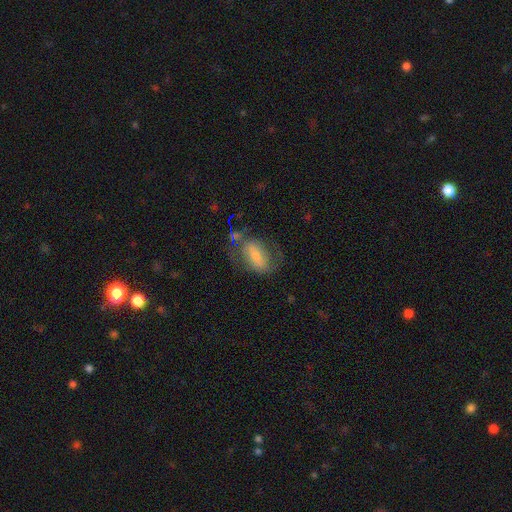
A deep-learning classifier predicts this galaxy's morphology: Smooth or featured? Predicted: featured or disk (p=0.48). Merging? Predicted: none (p=0.50).